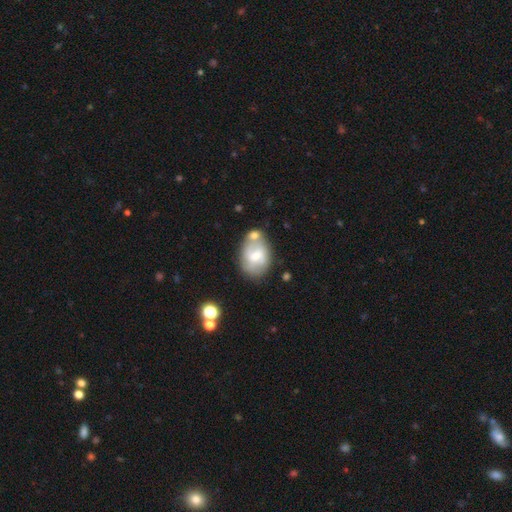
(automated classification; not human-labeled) smooth_or_featured: featured or disk (p=0.49) [alt: smooth p=0.44]
merging: none (p=0.53) [alt: merger p=0.22]